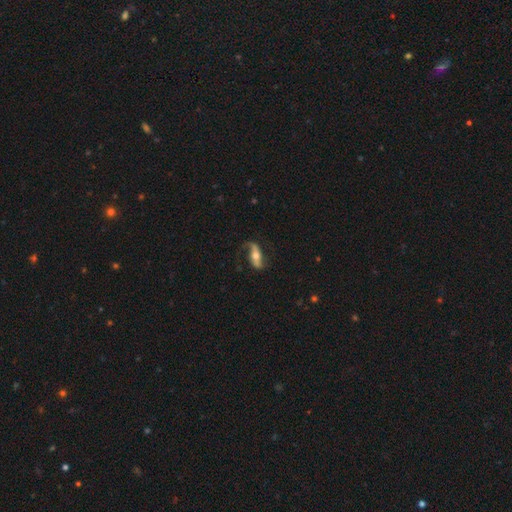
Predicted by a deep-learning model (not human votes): Smooth or featured: featured or disk — 70% (smooth — 24%)
Edge-on disk: no — 82% (yes — 18%)
Bar: no — 44% (strong — 33%)
Spiral arms: yes — 88% (no — 12%)
Spiral winding: loose — 70% (medium — 21%)
Spiral arm count: 2 — 85% (1 — 8%)
Bulge size: moderate — 67% (small — 20%)
Merging: none — 68% (minor disturbance — 19%)